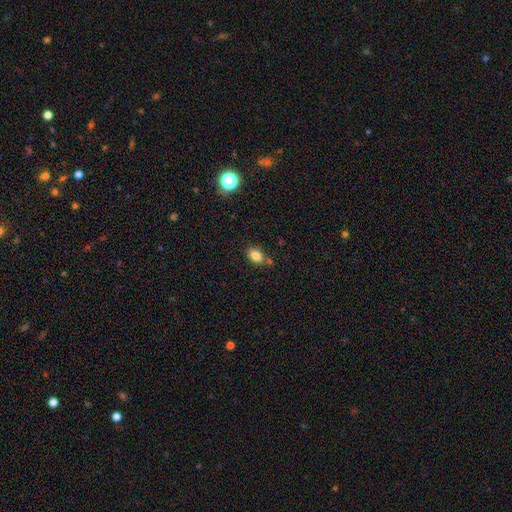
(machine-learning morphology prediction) smooth 84%, star or artifact 10%, featured or disk 6%. Down the decision tree: how rounded — in between (82%); merging — none (71%).